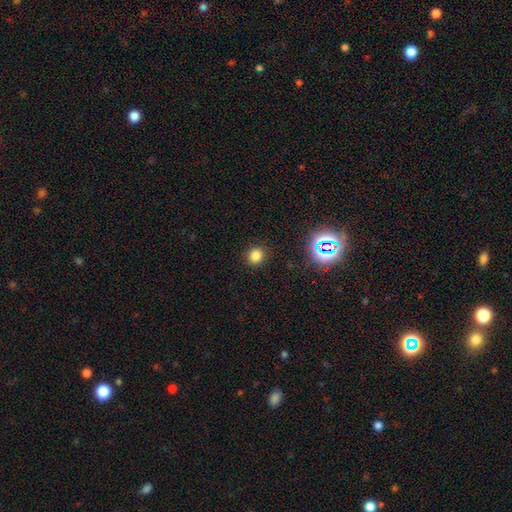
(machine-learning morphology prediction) Smooth or featured? Predicted: smooth (p=0.78). How rounded? Predicted: round (p=0.84). Merging? Predicted: none (p=0.89).